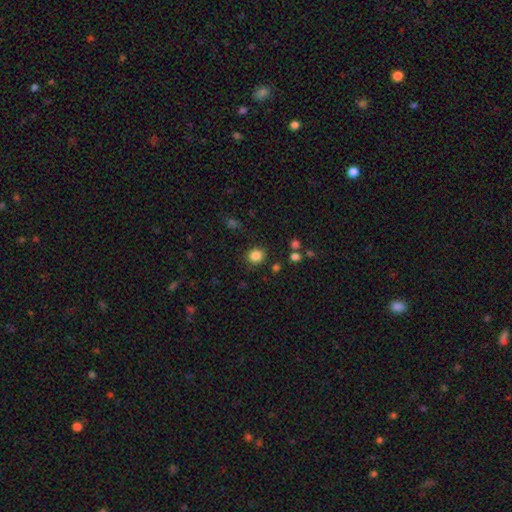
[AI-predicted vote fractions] Morphology: type=smooth (84%); roundness=round (82%); merging=none (86%).